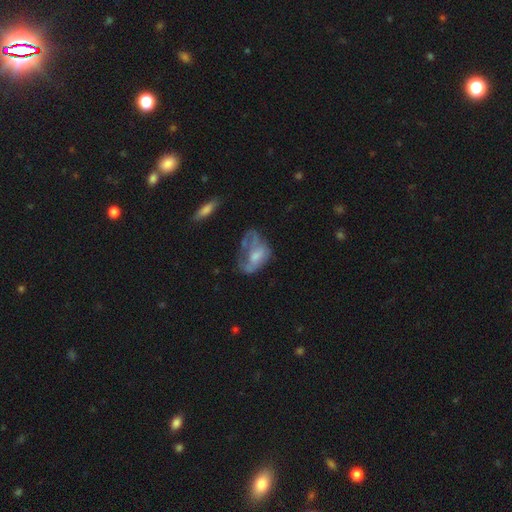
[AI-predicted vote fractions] This appears to be a featured or disk galaxy (50%). Merging: major disturbance (42%).